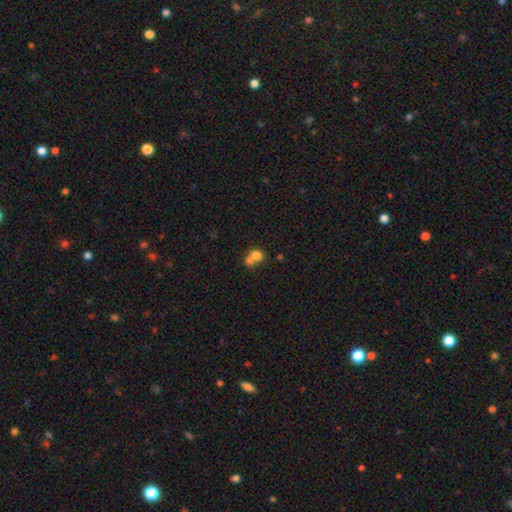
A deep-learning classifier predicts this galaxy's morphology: smooth 75%, featured or disk 14%, star or artifact 11%. Down the decision tree: how rounded — round (77%); merging — merger (59%).